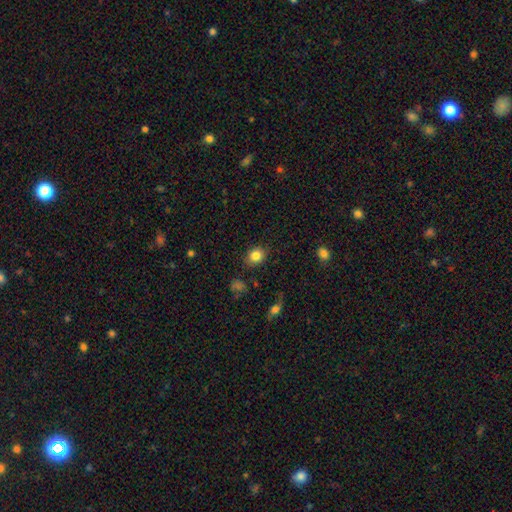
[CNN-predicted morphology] Overall: smooth (83%). How rounded: round (63%; in between 36%). Merging: none (86%).